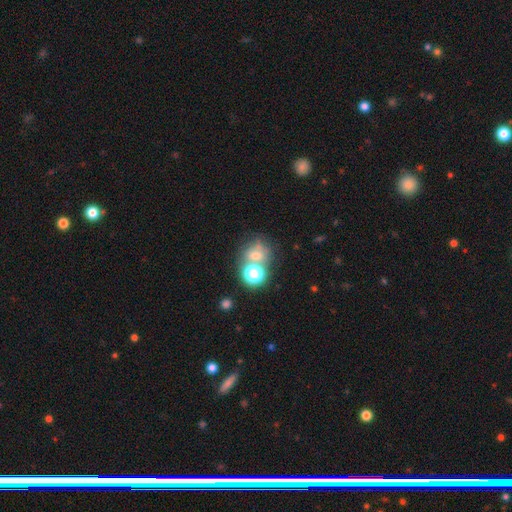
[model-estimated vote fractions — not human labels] Smooth or featured: smooth — 54% (star or artifact — 28%)
How rounded: round — 73% (in between — 26%)
Merging: none — 46% (merger — 35%)